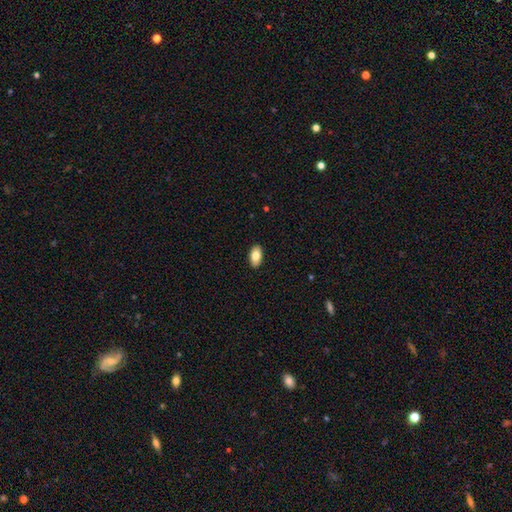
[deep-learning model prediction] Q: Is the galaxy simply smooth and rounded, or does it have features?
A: smooth — 81%.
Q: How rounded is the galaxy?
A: in between — 93%.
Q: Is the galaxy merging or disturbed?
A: none — 90%.